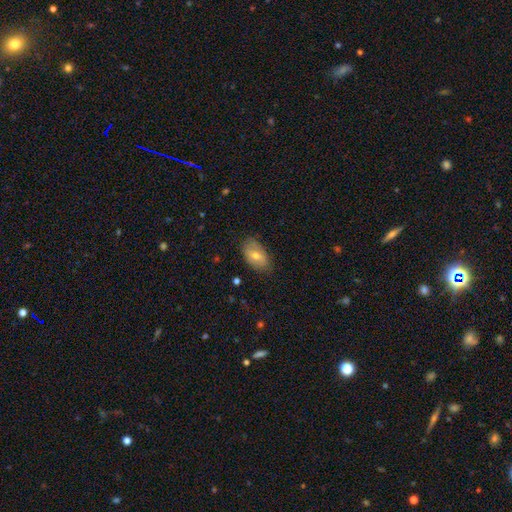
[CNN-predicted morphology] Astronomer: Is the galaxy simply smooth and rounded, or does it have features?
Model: smooth — 64%.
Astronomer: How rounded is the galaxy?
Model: in between — 92%.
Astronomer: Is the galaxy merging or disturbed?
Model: none — 79%.